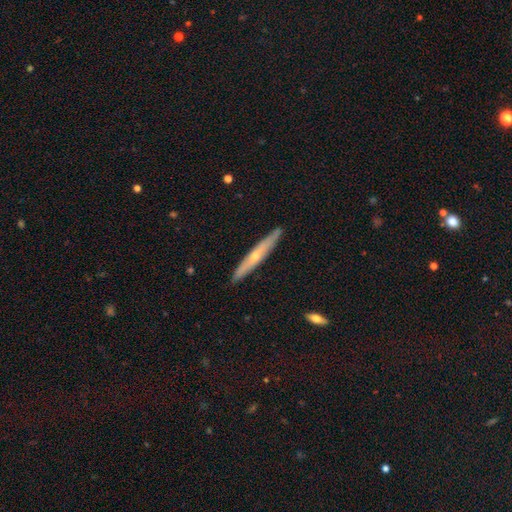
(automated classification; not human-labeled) Morphology: type=featured or disk (60%); edge-on=yes (92%); edge-on bulge=rounded (71%); merging=none (90%).